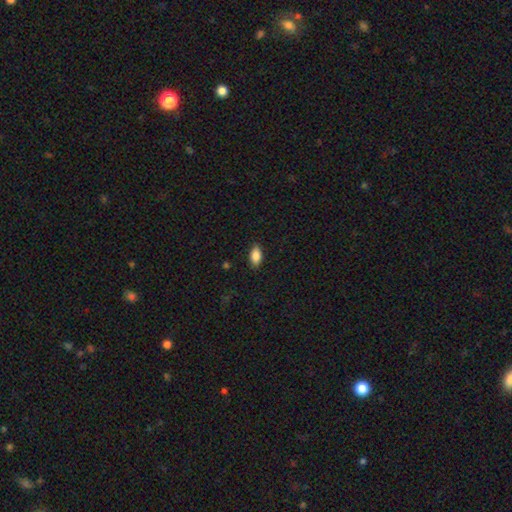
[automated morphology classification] This appears to be a smooth galaxy with no disk features (87%) that is in between round and cigar-shaped (91%). Merging: none (87%).